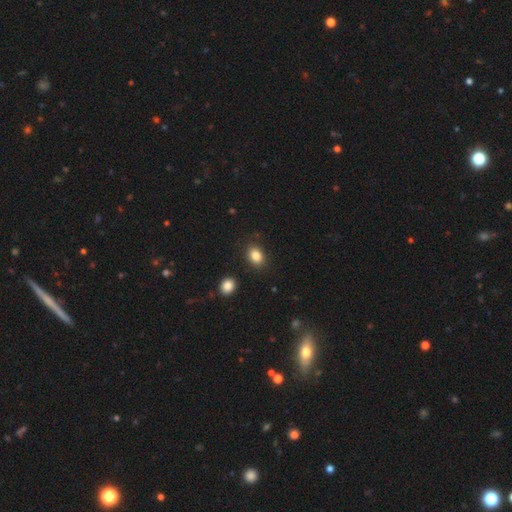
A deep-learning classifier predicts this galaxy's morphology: smooth 86%, star or artifact 9%, featured or disk 5%. Down the decision tree: how rounded — in between (68%); merging — none (85%).